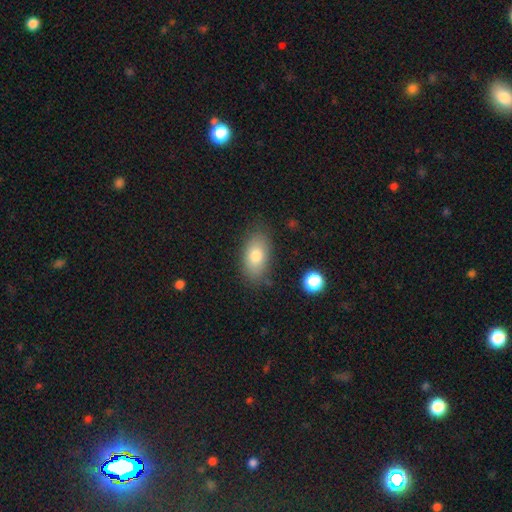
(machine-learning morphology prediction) Q: Smooth or featured?
A: smooth (77%); runner-up: featured or disk (15%)
Q: How rounded?
A: in between (91%); runner-up: round (6%)
Q: Merging?
A: none (80%); runner-up: minor disturbance (14%)